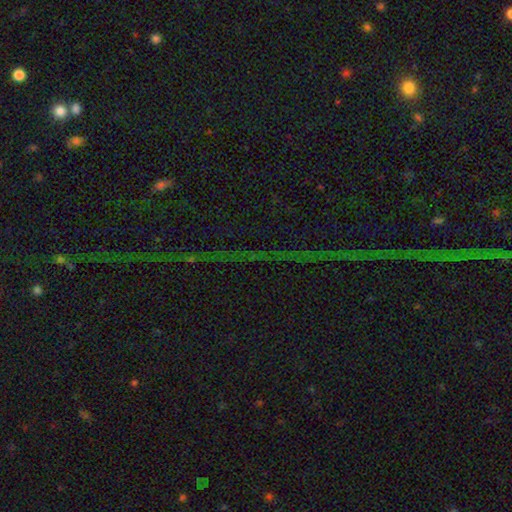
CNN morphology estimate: Smooth or featured: star or artifact — 80% (featured or disk — 11%)